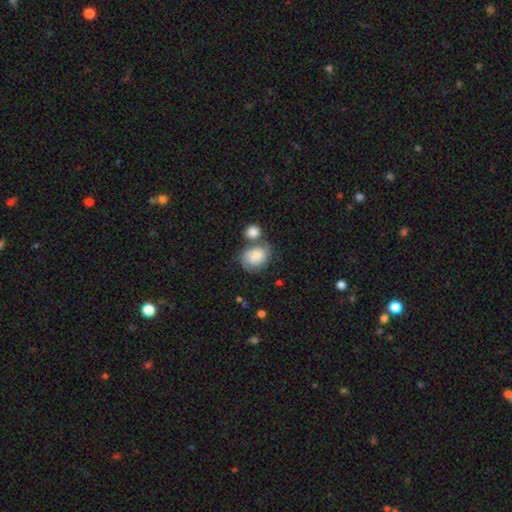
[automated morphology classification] smooth_or_featured: smooth (p=0.80) [alt: featured or disk p=0.13]
how_rounded: in between (p=0.53) [alt: round p=0.46]
merging: none (p=0.41) [alt: merger p=0.33]